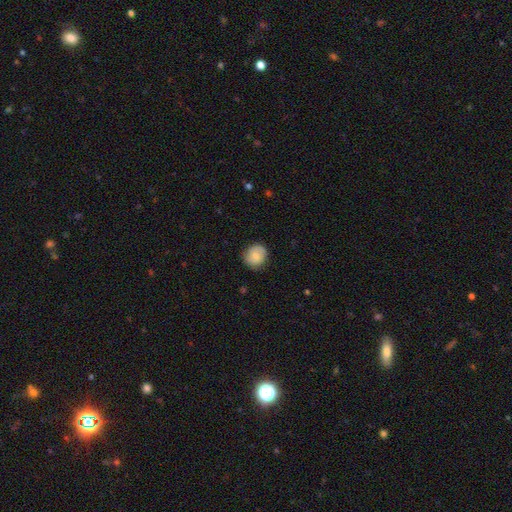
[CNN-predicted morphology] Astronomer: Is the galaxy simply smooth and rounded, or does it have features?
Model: smooth — 79%.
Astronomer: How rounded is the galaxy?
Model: round — 82%.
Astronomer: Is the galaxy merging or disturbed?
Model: none — 80%.